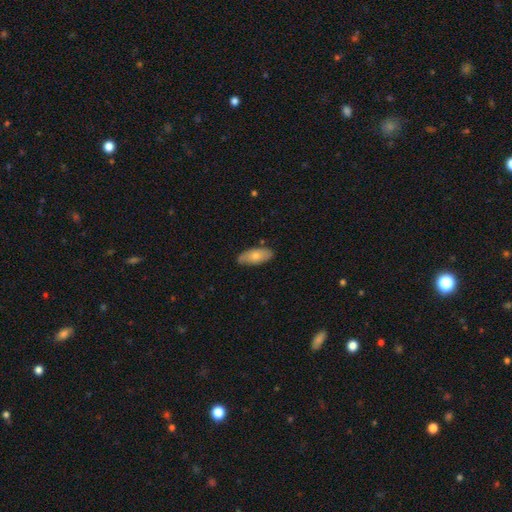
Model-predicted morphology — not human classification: A smooth galaxy with no disk features (69%) that is in between round and cigar-shaped (88%). Merging: none (79%).